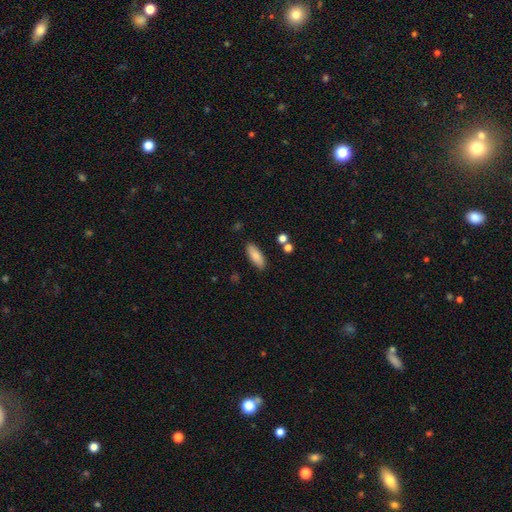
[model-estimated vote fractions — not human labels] Morphology: type=smooth (81%); roundness=in between (73%); merging=none (85%).